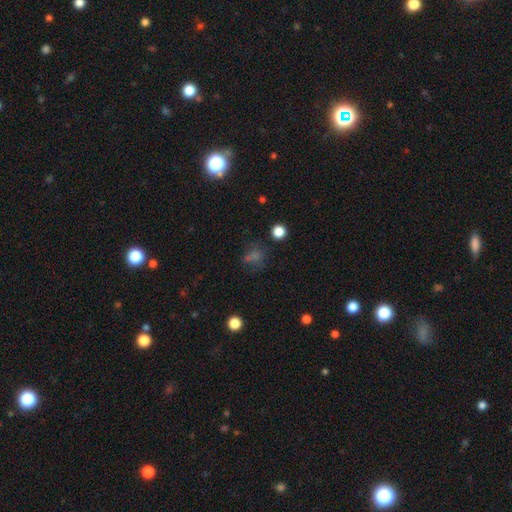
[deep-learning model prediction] The model was most divided on "smooth or featured": smooth: 48%, star or artifact: 39%, featured or disk: 14%. More confident: merging — none (64%).